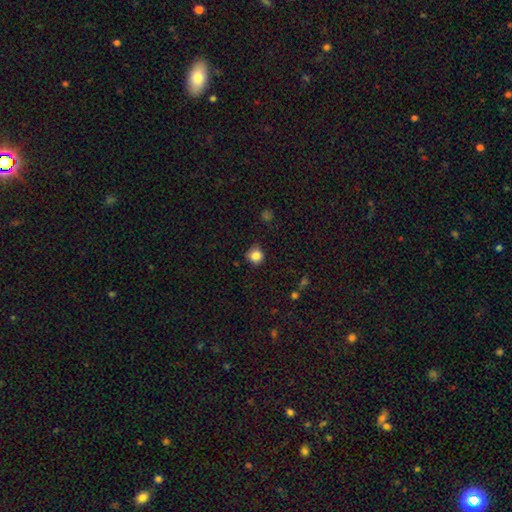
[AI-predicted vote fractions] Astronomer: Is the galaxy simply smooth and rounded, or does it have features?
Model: smooth — 84%.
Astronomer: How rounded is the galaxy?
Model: round — 88%.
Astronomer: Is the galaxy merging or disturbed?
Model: none — 77%.